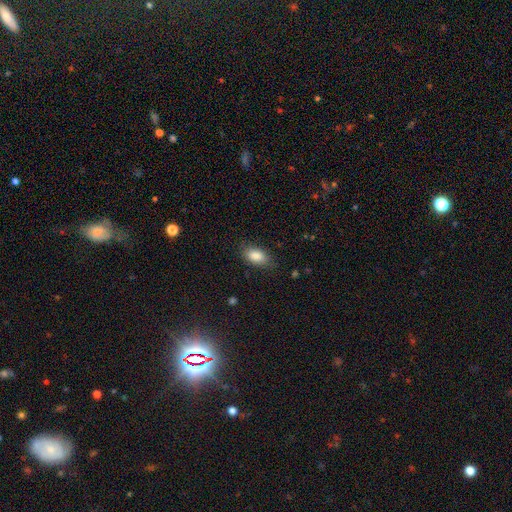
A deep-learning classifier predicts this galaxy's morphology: The model was most divided on "merging": none: 79%, minor disturbance: 16%, major disturbance: 4%, merger: 1%. More confident: how rounded — in between (90%); smooth or featured — smooth (87%).